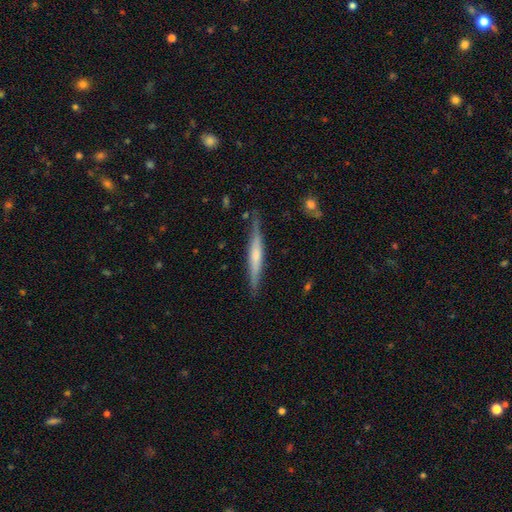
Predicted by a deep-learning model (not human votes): Q: Smooth or featured?
A: featured or disk (57%); runner-up: smooth (37%)
Q: Edge-on disk?
A: yes (97%); runner-up: no (3%)
Q: Edge-on bulge?
A: rounded (50%); runner-up: none (35%)
Q: Merging?
A: none (85%); runner-up: minor disturbance (12%)